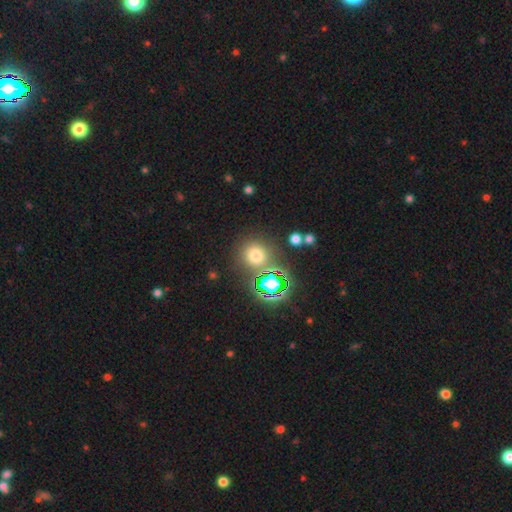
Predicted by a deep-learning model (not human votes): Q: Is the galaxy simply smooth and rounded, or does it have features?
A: smooth — 63%.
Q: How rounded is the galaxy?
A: round — 90%.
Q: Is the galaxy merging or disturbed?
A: none — 80%.